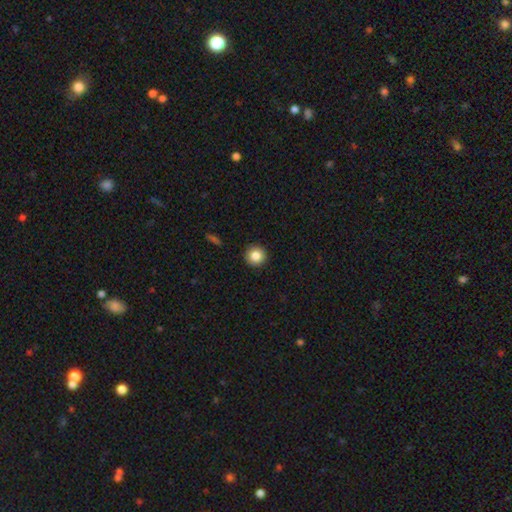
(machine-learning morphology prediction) Smooth or featured: smooth — 85% (star or artifact — 9%)
How rounded: round — 96% (in between — 3%)
Merging: none — 93% (minor disturbance — 4%)